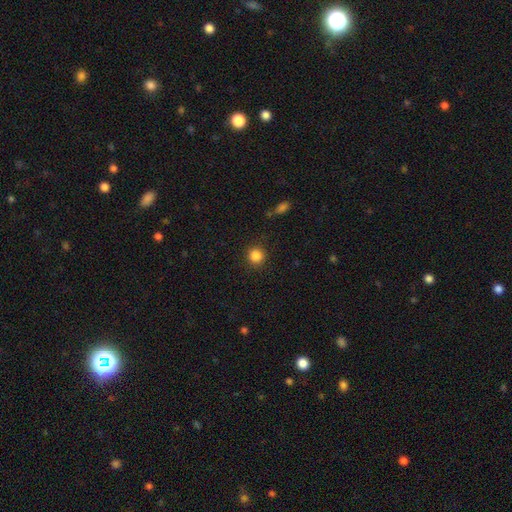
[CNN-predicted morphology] The model was most divided on "smooth or featured": smooth: 86%, star or artifact: 11%, featured or disk: 4%. More confident: how rounded — round (92%); merging — none (89%).